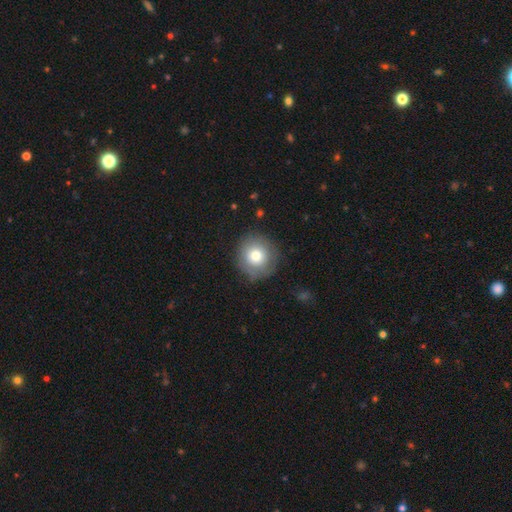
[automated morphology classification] Smooth or featured?
  - smooth: 75% *
  - featured or disk: 15%
  - star or artifact: 10%
How rounded?
  - round: 93% *
  - in between: 6%
  - cigar-shaped: 1%
Merging?
  - none: 83% *
  - minor disturbance: 12%
  - major disturbance: 4%
  - merger: 1%